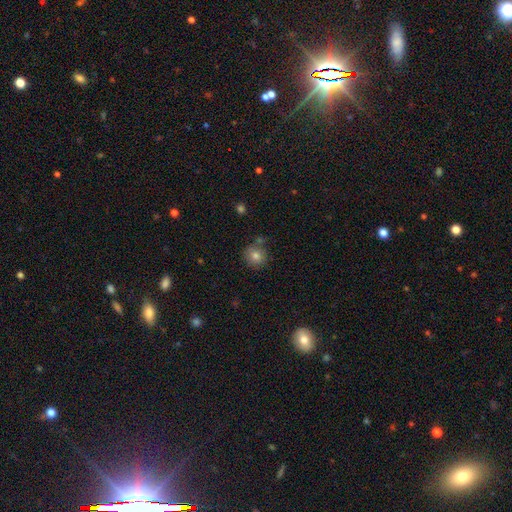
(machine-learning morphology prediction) smooth_or_featured: smooth (p=0.80) [alt: star or artifact p=0.11]
how_rounded: round (p=0.89) [alt: in between p=0.10]
merging: none (p=0.74) [alt: minor disturbance p=0.13]